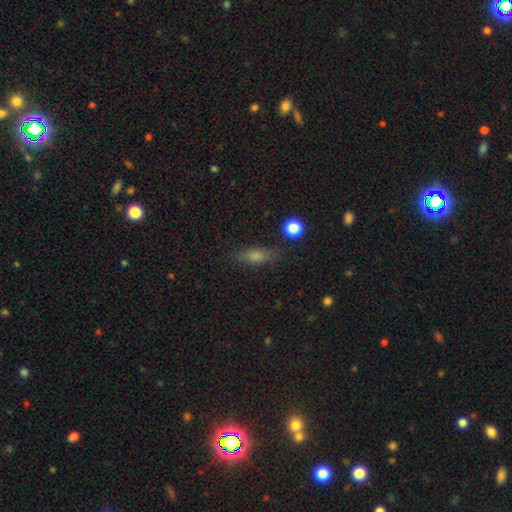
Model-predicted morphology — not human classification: smooth 62%, featured or disk 21%, star or artifact 17%. Down the decision tree: how rounded — in between (53%); merging — none (82%).